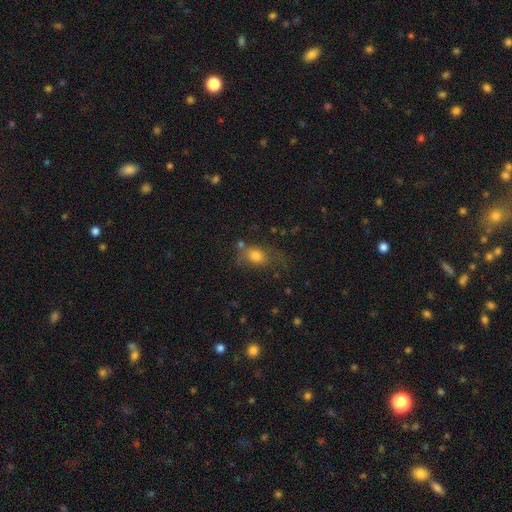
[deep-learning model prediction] Overall: smooth (74%). How rounded: in between (67%; round 30%). Merging: none (51%; minor disturbance 25%).